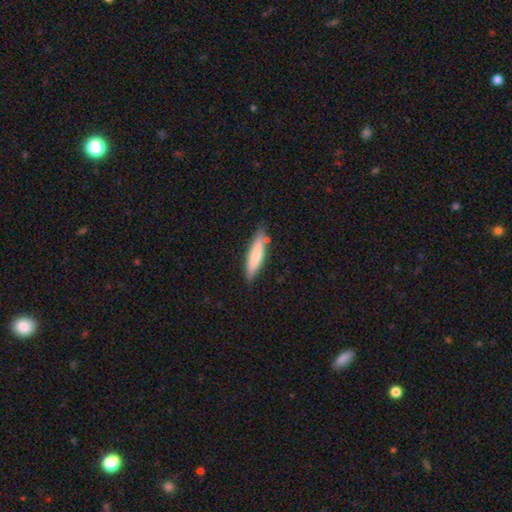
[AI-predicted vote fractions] This is likely a smooth galaxy (72%). How rounded: clearly cigar-shaped (80%). Merging: likely none (77%).